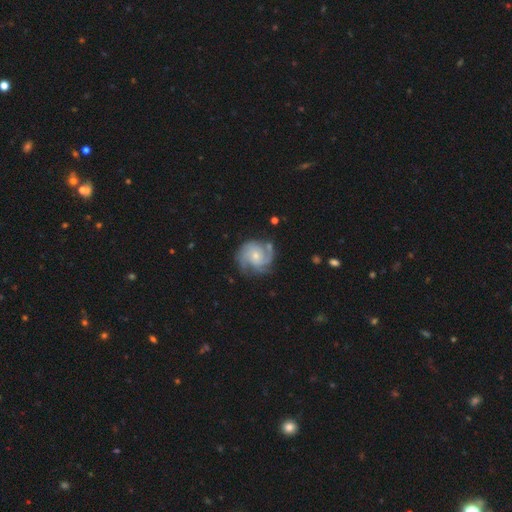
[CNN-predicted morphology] smooth_or_featured: featured or disk (p=0.86) [alt: smooth p=0.09]
disk_edge_on: no (p=0.98) [alt: yes p=0.02]
bar: no (p=0.70) [alt: weak p=0.26]
has_spiral_arms: yes (p=0.97) [alt: no p=0.03]
spiral_winding: tight (p=0.51) [alt: medium p=0.40]
spiral_arm_count: 3 (p=0.41) [alt: 2 p=0.22]
bulge_size: small (p=0.61) [alt: moderate p=0.33]
merging: none (p=0.72) [alt: minor disturbance p=0.18]